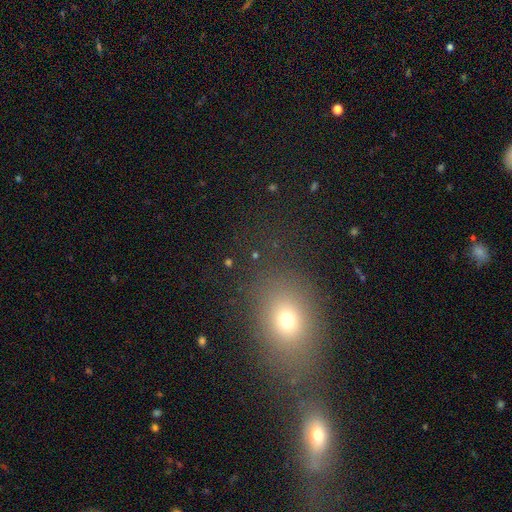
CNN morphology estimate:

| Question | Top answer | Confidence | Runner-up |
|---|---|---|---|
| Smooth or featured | smooth | 58% | star or artifact (30%) |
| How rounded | round | 54% | in between (43%) |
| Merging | none | 76% | minor disturbance (12%) |